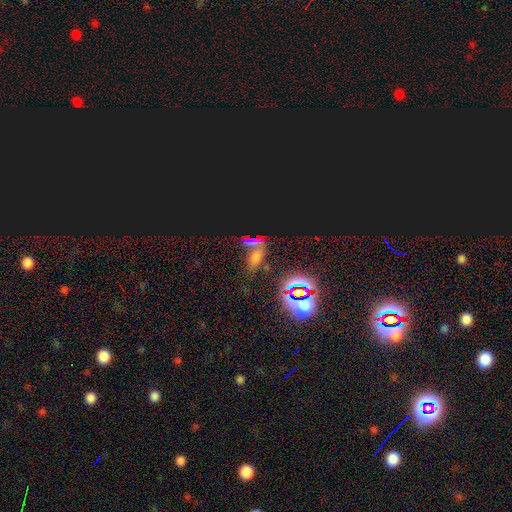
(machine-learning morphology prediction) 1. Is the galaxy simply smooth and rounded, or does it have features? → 62% star or artifact, 24% smooth, 13% featured or disk.